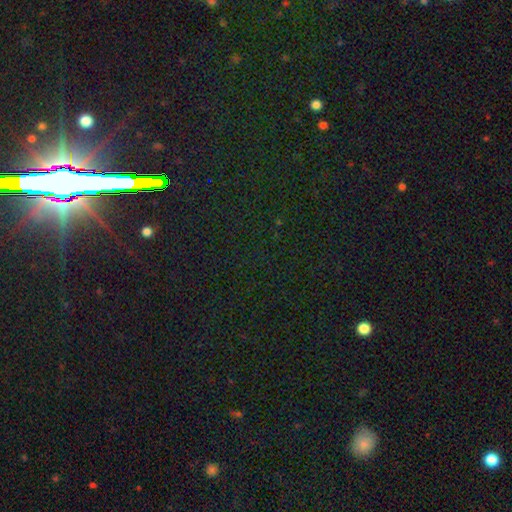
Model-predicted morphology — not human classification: Overall: star or artifact (84%).